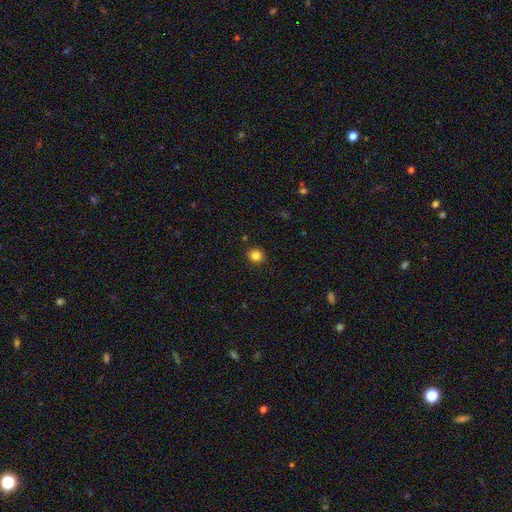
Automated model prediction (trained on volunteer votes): Q: Smooth or featured?
A: smooth (84%); runner-up: star or artifact (12%)
Q: How rounded?
A: round (80%); runner-up: in between (19%)
Q: Merging?
A: none (91%); runner-up: minor disturbance (6%)